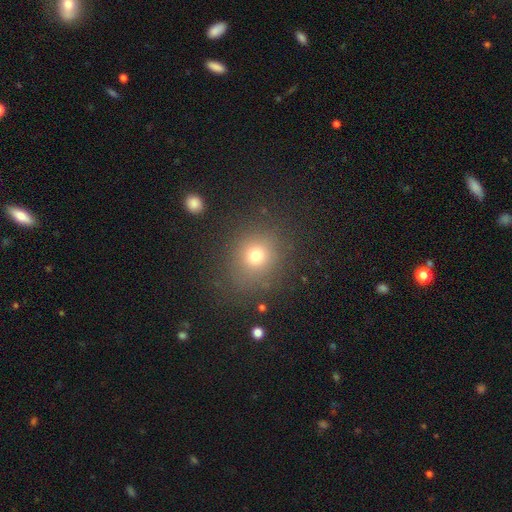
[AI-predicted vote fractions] Q: Smooth or featured?
A: smooth (73%); runner-up: star or artifact (18%)
Q: How rounded?
A: round (79%); runner-up: in between (20%)
Q: Merging?
A: none (83%); runner-up: minor disturbance (10%)